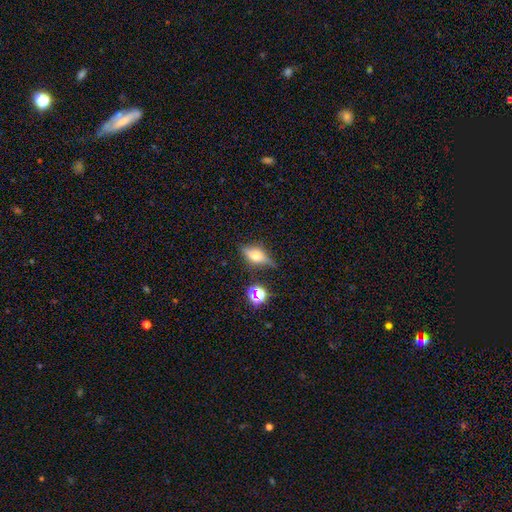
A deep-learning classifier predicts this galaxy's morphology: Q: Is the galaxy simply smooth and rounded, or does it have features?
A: featured or disk — 52%.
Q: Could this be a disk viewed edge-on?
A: yes — 86%.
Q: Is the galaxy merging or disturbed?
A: none — 75%.